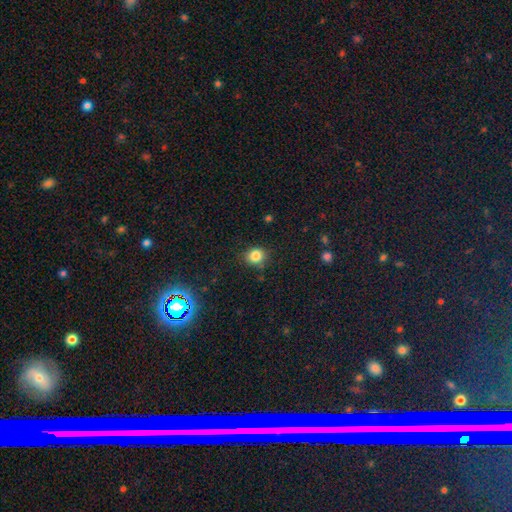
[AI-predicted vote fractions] A smooth galaxy with no disk features (83%) that is round (77%).

Vote fractions:
- Smooth or featured? smooth: 83% / star or artifact: 12% / featured or disk: 5%
- How rounded? round: 77% / in between: 22% / cigar-shaped: 1%
- Merging? none: 83% / minor disturbance: 12% / major disturbance: 3% / merger: 2%